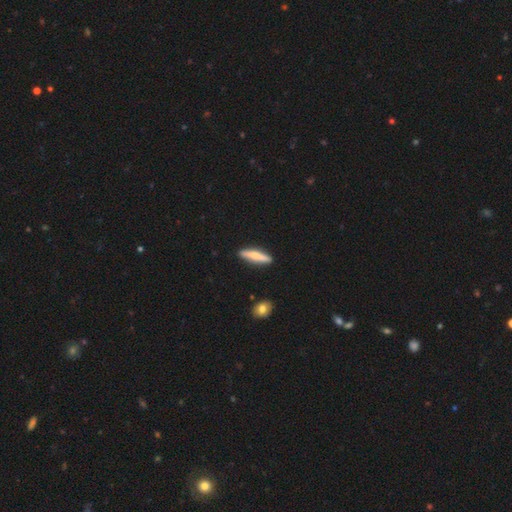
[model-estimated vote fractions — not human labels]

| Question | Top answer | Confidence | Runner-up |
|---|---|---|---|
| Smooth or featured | smooth | 57% | featured or disk (38%) |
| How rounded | cigar-shaped | 86% | in between (12%) |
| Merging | none | 89% | minor disturbance (8%) |